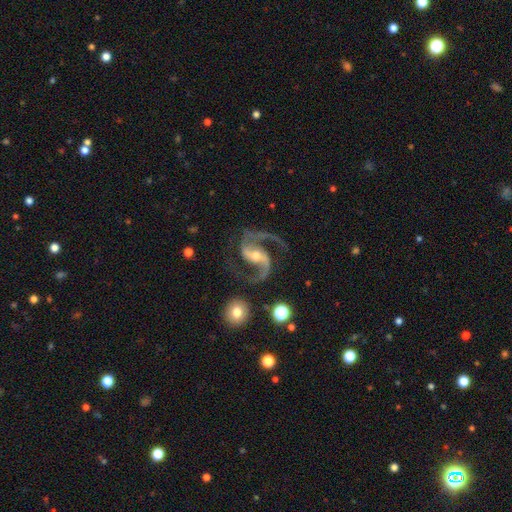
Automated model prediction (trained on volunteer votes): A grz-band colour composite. It shows a featured or disk galaxy (94%) with a strong bar (39%), 2 (93%) medium (58%) spiral arms (98%) and a moderate central bulge (54%). Merging: none (72%).